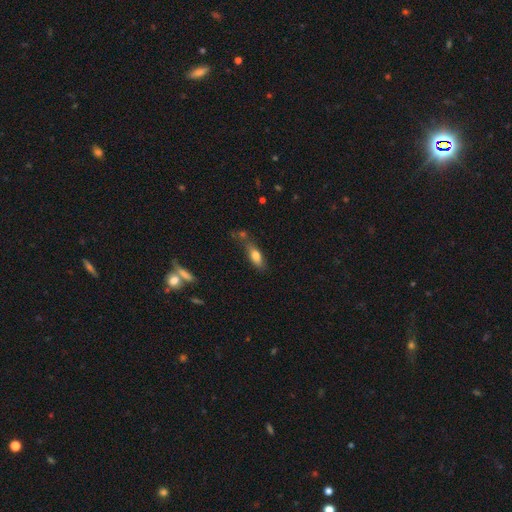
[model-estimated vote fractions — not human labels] Smooth or featured? Predicted: smooth (p=0.75). How rounded? Predicted: in between (p=0.67). Merging? Predicted: none (p=0.52).